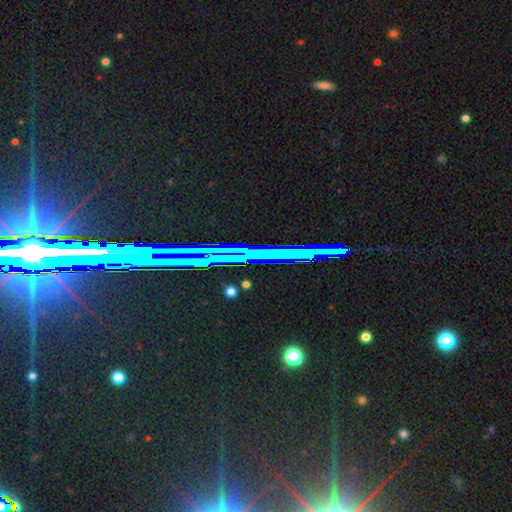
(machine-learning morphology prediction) Overall: star or artifact (74%).